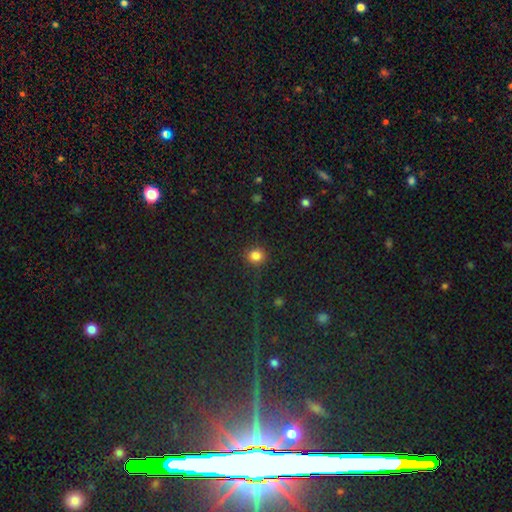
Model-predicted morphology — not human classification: smooth 82%, star or artifact 13%, featured or disk 5%. Down the decision tree: how rounded — round (83%); merging — none (87%).